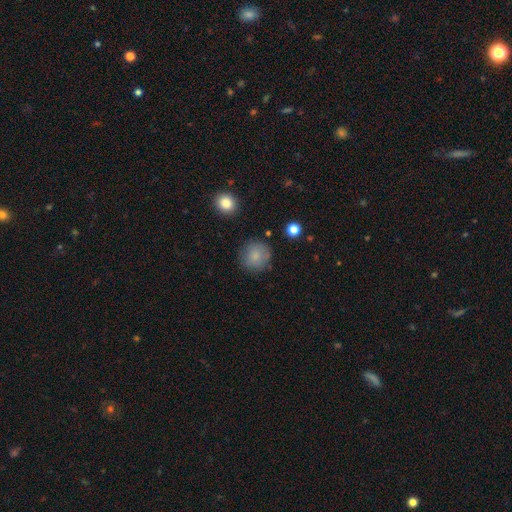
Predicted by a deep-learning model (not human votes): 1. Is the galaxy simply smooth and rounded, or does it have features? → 82% smooth, 9% star or artifact, 9% featured or disk.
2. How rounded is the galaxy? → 92% round, 7% in between, 1% cigar-shaped.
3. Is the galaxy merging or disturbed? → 83% none, 12% minor disturbance, 4% major disturbance, 2% merger.